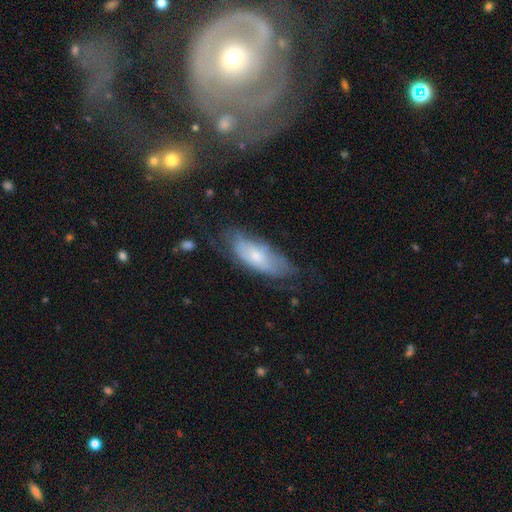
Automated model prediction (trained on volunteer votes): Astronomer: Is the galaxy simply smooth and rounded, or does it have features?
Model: smooth — 56% (runner-up: featured or disk, 36%).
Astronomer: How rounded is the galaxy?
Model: in between — 74%.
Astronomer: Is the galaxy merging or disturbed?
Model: none — 56%.